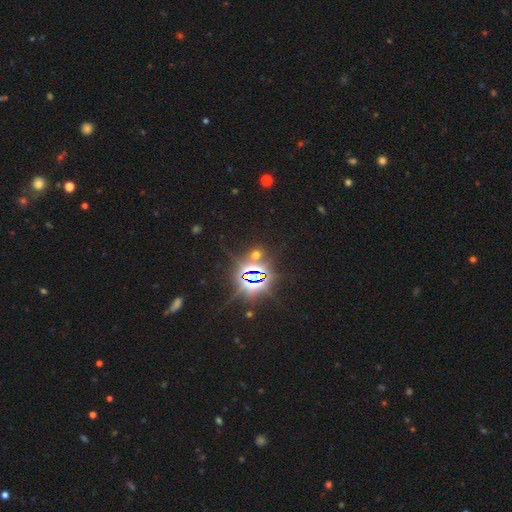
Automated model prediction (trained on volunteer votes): smooth_or_featured: star or artifact (p=0.72) [alt: smooth p=0.21]